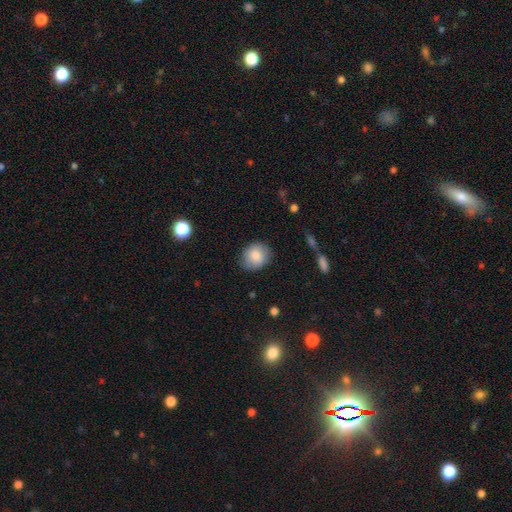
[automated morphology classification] Overall: smooth (82%). How rounded: round (66%; in between 33%). Merging: none (84%).